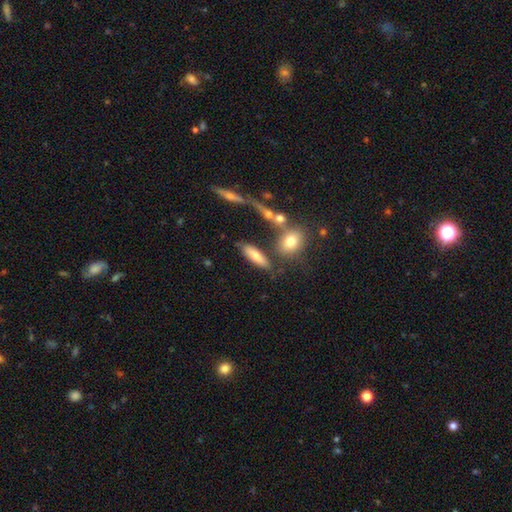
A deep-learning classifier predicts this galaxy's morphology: A smooth galaxy with no disk features (71%) that is in between round and cigar-shaped (52%). Merging: none (67%).